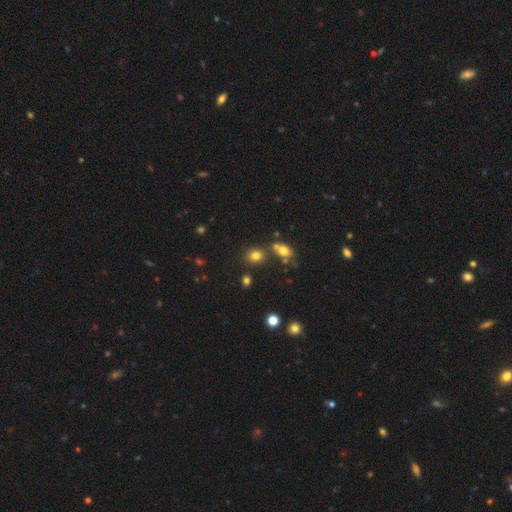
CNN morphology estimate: Smooth or featured? smooth (77%)
How rounded? round (65%)
Merging? none (70%)